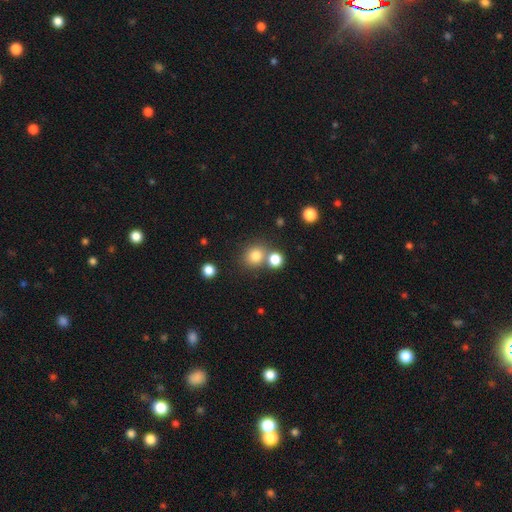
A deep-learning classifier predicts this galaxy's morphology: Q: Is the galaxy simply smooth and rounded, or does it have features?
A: smooth — 79%.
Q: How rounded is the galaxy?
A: round — 84%.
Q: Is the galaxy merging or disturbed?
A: none — 65%.